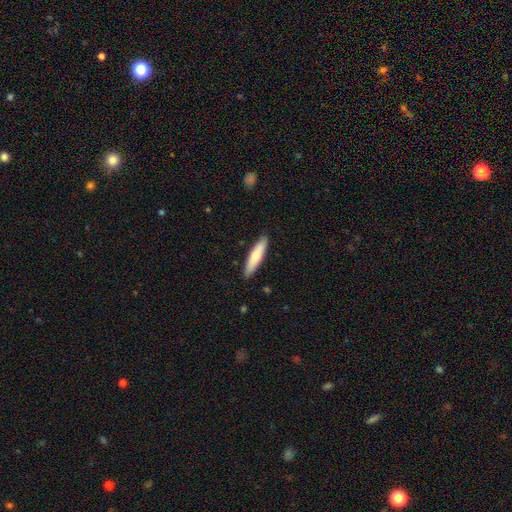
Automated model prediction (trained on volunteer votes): This is likely a smooth galaxy (69%). How rounded: likely cigar-shaped (79%). Merging: clearly none (89%).